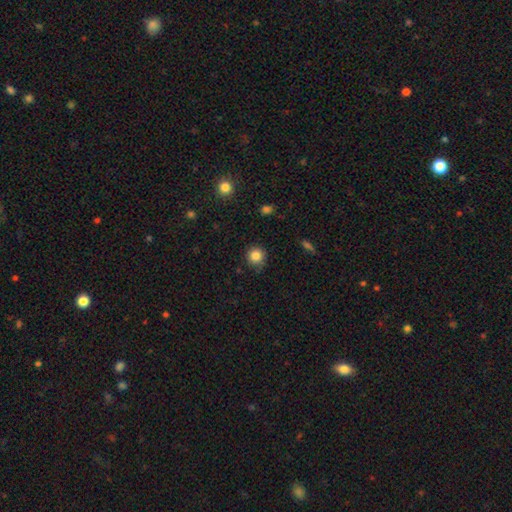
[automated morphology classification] This appears to be a smooth galaxy with no disk features (84%) that is round (93%). Merging: none (83%).